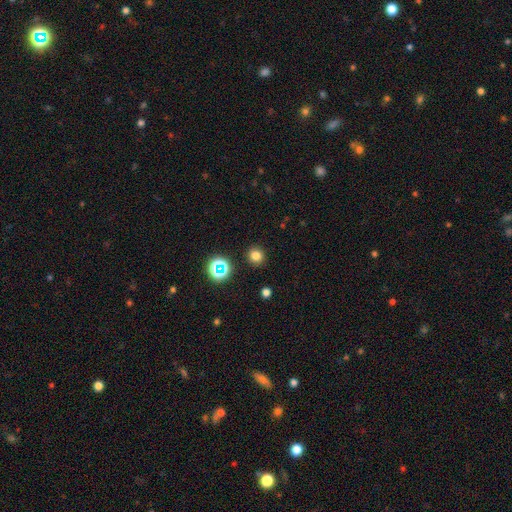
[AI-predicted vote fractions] Overall: smooth (77%). How rounded: round (91%). Merging: none (90%).